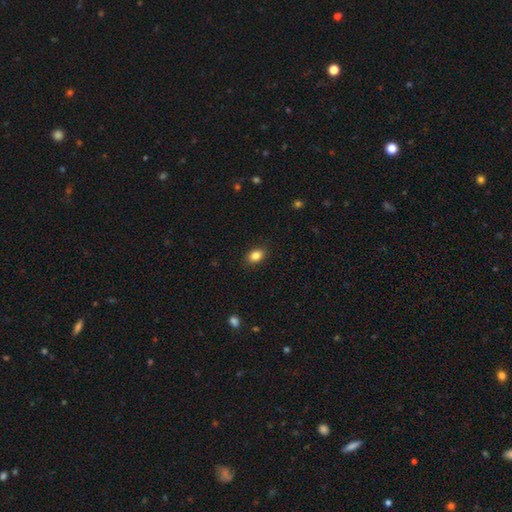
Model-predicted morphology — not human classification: This appears to be a smooth galaxy with no disk features (85%) that is in between round and cigar-shaped (79%). Merging: none (88%).